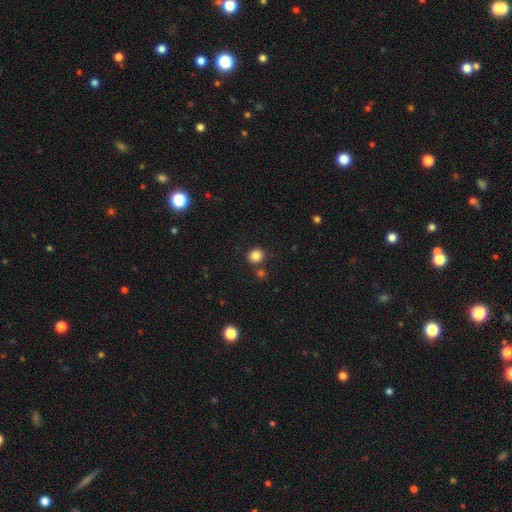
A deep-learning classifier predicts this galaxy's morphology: This appears to be a smooth galaxy with no disk features (84%) that is round (84%). Merging: none (81%).